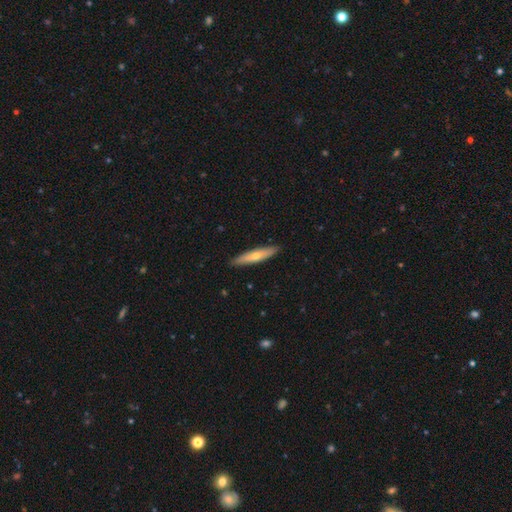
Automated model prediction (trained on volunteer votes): The model was most divided on "smooth or featured": smooth: 49%, featured or disk: 45%, star or artifact: 6%. More confident: merging — none (90%).